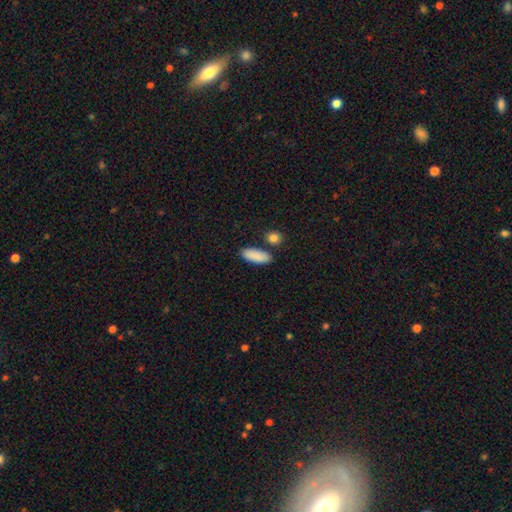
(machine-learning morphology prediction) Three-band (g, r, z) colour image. It shows a smooth galaxy with no disk features (89%) that is in between round and cigar-shaped (75%). Merging: none (80%).